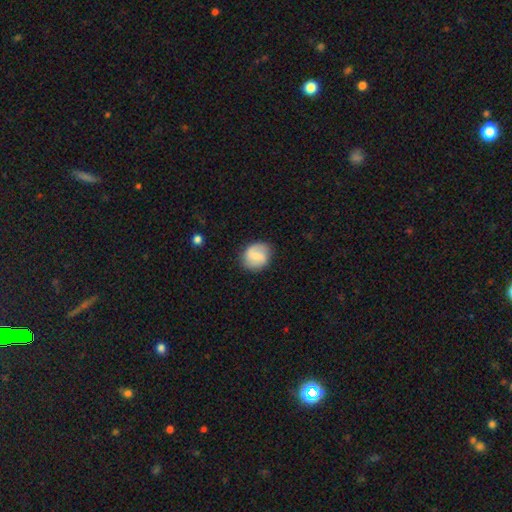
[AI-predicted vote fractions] smooth-or-featured: featured or disk: 59% | smooth: 35% | star or artifact: 6%
  disk-edge-on: no: 98% | yes: 2%
    bar: weak: 54% | no: 30% | strong: 16%
    has-spiral-arms: yes: 91% | no: 9%
      spiral-winding: medium: 47% | loose: 30% | tight: 24%
      spiral-arm-count: 2: 84% | 1: 7% | can't tell: 6% | 3: 1% | 4: 1% | more than 4: 1%
    bulge-size: small: 50% | moderate: 28% | none: 17% | large: 3% | dominant: 1%
  merging: none: 82% | minor disturbance: 13% | major disturbance: 4% | merger: 1%